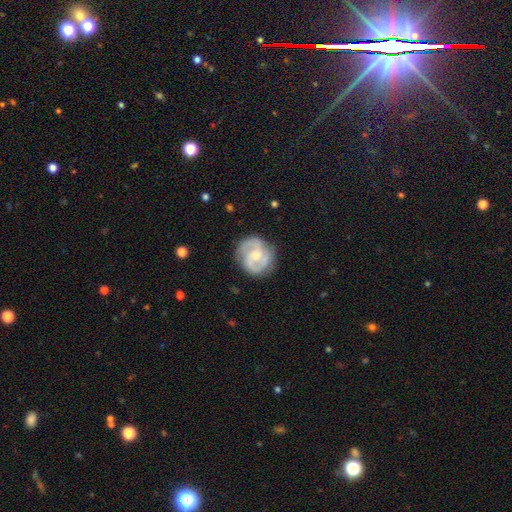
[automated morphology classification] Smooth or featured? featured or disk (81%)
Edge-on disk? no (98%)
Bar? no (55%)
Spiral arms? yes (94%)
Spiral winding? medium (49%)
Spiral arm count? 2 (65%)
Bulge size? moderate (52%)
Merging? none (78%)